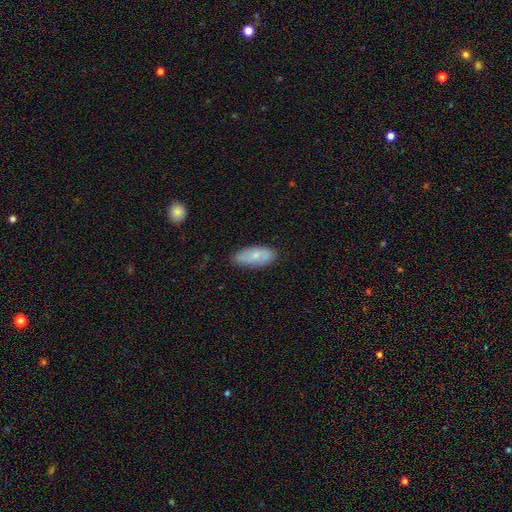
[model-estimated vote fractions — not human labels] Smooth or featured? Predicted: smooth (p=0.71). How rounded? Predicted: in between (p=0.85). Merging? Predicted: none (p=0.78).